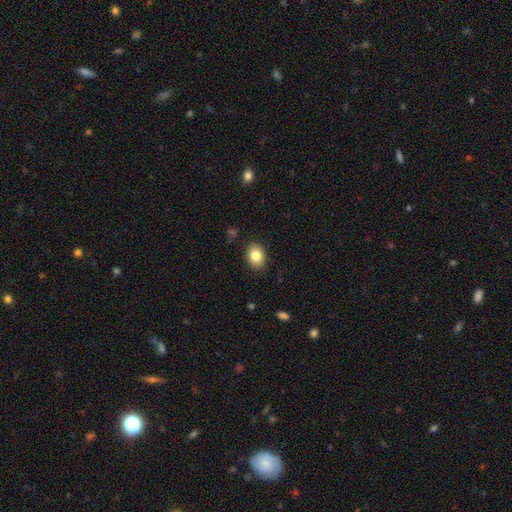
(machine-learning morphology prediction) Smooth or featured: smooth — 83% (star or artifact — 8%)
How rounded: in between — 71% (round — 28%)
Merging: none — 87% (minor disturbance — 9%)